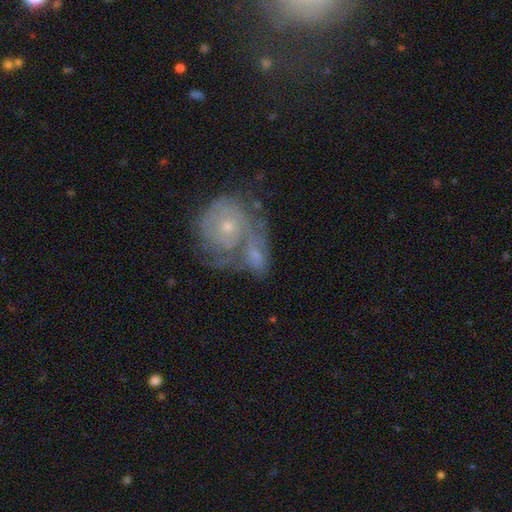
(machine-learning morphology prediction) This is likely a featured or disk galaxy (68%). It is clearly not viewed edge-on (96%). Bar: likely no (76%). Spiral arm pattern: clearly yes (80%). Spiral arm count: marginally can't tell (41%). Spiral winding: likely tight (73%). Central bulge: likely small (63%). Merging: possibly merger (51%).